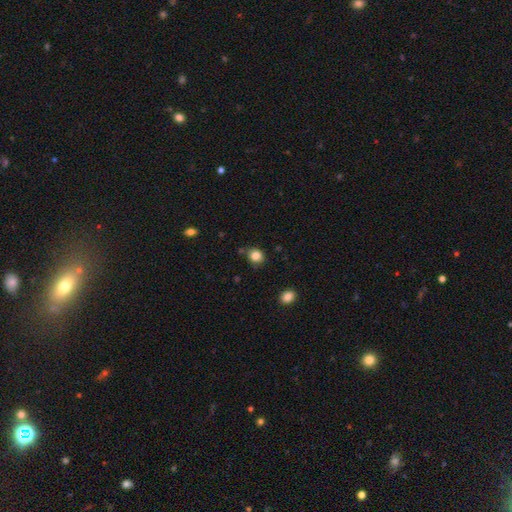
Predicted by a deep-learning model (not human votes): The model was most divided on "how rounded": round: 74%, in between: 25%, cigar-shaped: 1%. More confident: smooth or featured — smooth (84%); merging — none (78%).